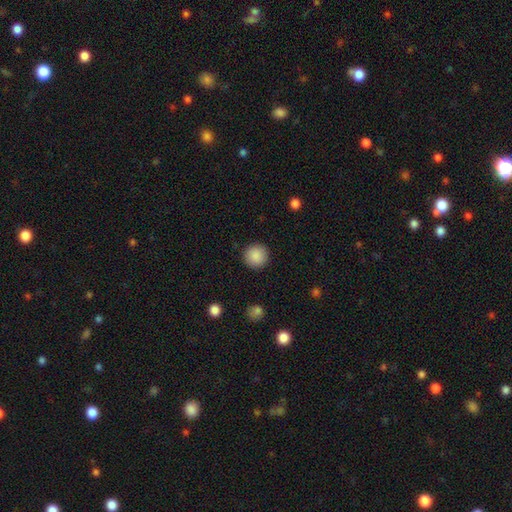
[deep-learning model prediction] Smooth or featured?
  - smooth: 89% *
  - star or artifact: 8%
  - featured or disk: 3%
How rounded?
  - round: 95% *
  - in between: 4%
  - cigar-shaped: 1%
Merging?
  - none: 92% *
  - minor disturbance: 5%
  - major disturbance: 2%
  - merger: 1%